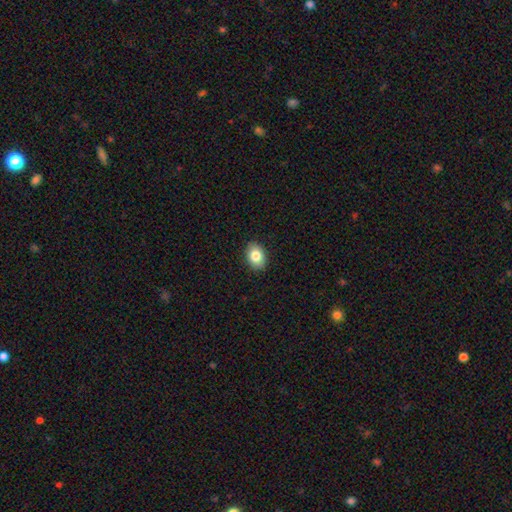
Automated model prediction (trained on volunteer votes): Overall: smooth (82%). How rounded: in between (75%). Merging: none (90%).